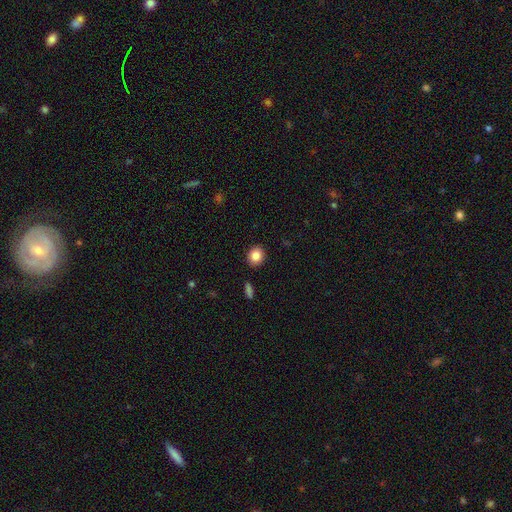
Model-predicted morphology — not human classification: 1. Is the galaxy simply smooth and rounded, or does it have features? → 85% smooth, 9% star or artifact, 6% featured or disk.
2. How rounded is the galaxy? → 73% round, 26% in between, 1% cigar-shaped.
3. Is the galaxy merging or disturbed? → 90% none, 6% minor disturbance, 2% major disturbance, 1% merger.